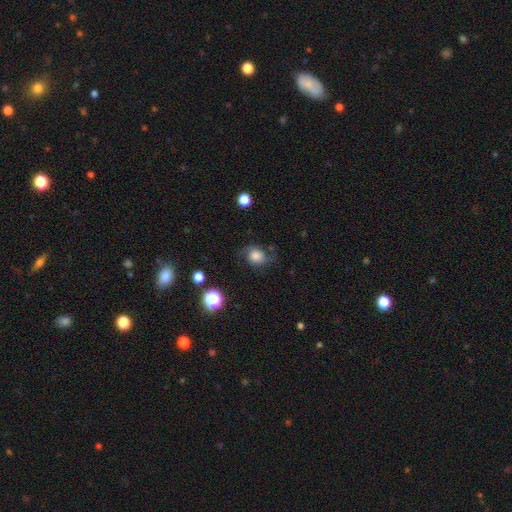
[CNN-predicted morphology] smooth 60%, featured or disk 28%, star or artifact 12%. Down the decision tree: how rounded — round (65%); merging — none (64%).